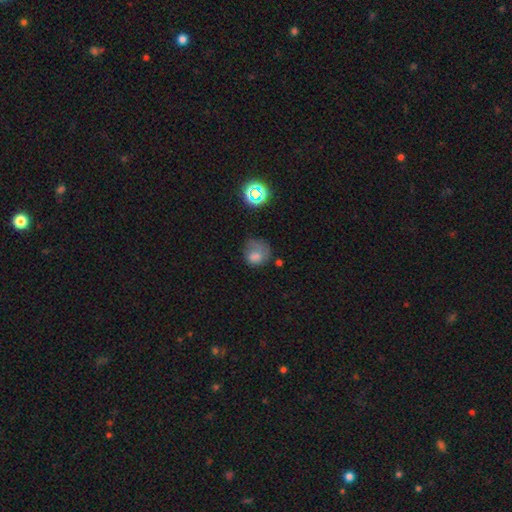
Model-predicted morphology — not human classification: A smooth galaxy with no disk features (69%) that is round (68%).

Vote fractions:
- Smooth or featured? smooth: 69% / featured or disk: 16% / star or artifact: 15%
- How rounded? round: 68% / in between: 31% / cigar-shaped: 1%
- Merging? none: 36% / minor disturbance: 30% / major disturbance: 29% / merger: 4%